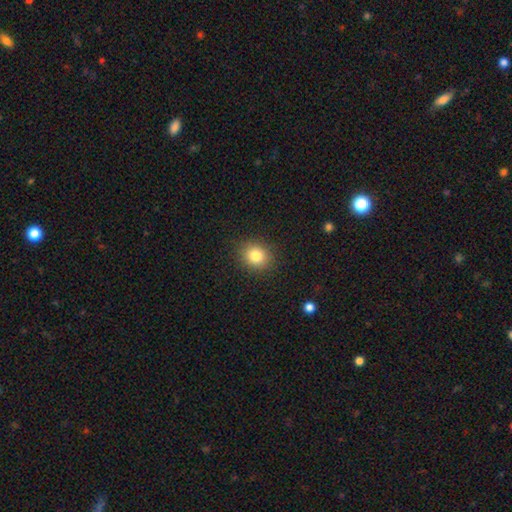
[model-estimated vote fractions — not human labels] A smooth galaxy with no disk features (82%) that is round (73%).

Vote fractions:
- Smooth or featured? smooth: 82% / star or artifact: 11% / featured or disk: 7%
- How rounded? round: 73% / in between: 26% / cigar-shaped: 1%
- Merging? none: 89% / minor disturbance: 7% / major disturbance: 2% / merger: 1%